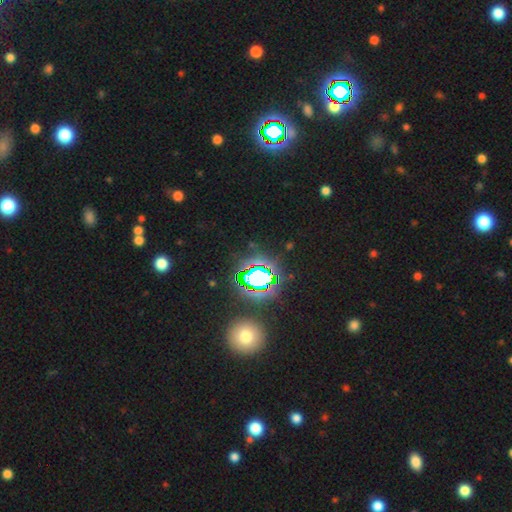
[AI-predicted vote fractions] smooth-or-featured: star or artifact: 75% | smooth: 17% | featured or disk: 7%